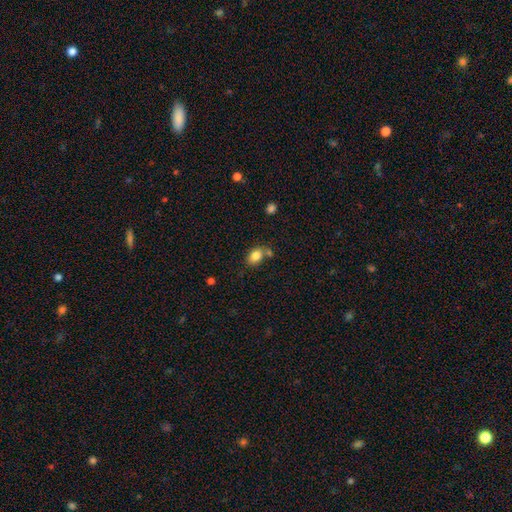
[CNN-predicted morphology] Smooth or featured?
  - smooth: 83% *
  - star or artifact: 9%
  - featured or disk: 8%
How rounded?
  - in between: 77% *
  - round: 22%
  - cigar-shaped: 1%
Merging?
  - none: 60% *
  - merger: 19%
  - minor disturbance: 16%
  - major disturbance: 5%